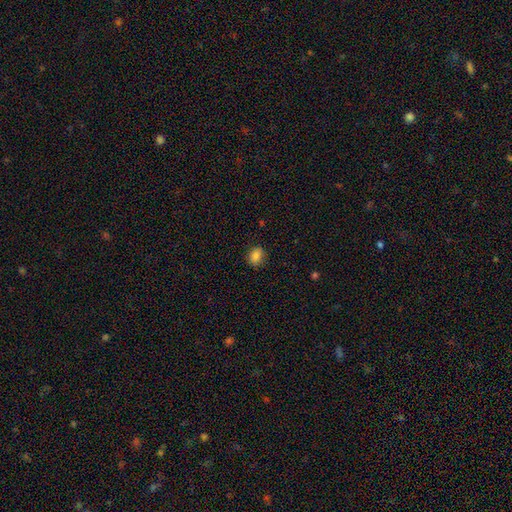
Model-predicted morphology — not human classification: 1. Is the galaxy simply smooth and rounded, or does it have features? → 85% smooth, 10% star or artifact, 5% featured or disk.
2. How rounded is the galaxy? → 54% in between, 45% round, 1% cigar-shaped.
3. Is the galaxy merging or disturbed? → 84% none, 12% minor disturbance, 3% major disturbance, 1% merger.